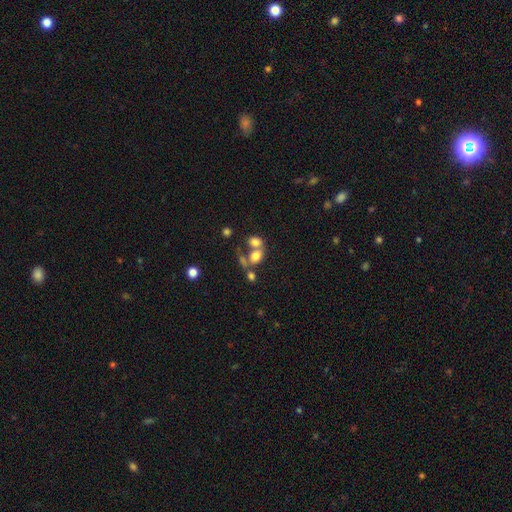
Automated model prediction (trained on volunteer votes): Overall: smooth (70%). How rounded: in between (66%; round 33%). Merging: merger (52%; none 30%).